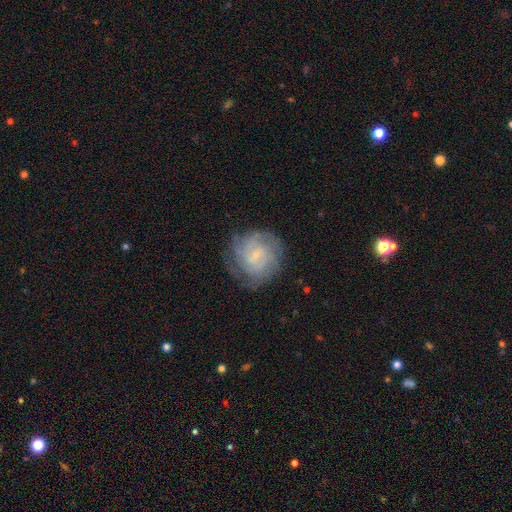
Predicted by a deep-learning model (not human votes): Q: Smooth or featured?
A: featured or disk (76%); runner-up: smooth (17%)
Q: Edge-on disk?
A: no (98%); runner-up: yes (2%)
Q: Bar?
A: no (48%); runner-up: weak (44%)
Q: Spiral arms?
A: yes (94%); runner-up: no (6%)
Q: Spiral winding?
A: tight (65%); runner-up: medium (29%)
Q: Spiral arm count?
A: can't tell (38%); runner-up: 3 (19%)
Q: Bulge size?
A: small (77%); runner-up: moderate (13%)
Q: Merging?
A: none (77%); runner-up: minor disturbance (15%)